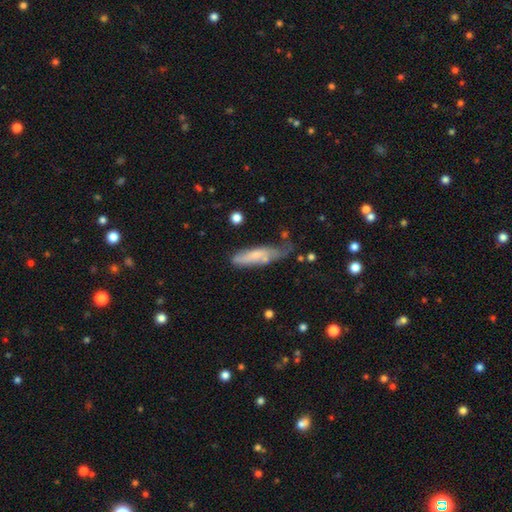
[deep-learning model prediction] Morphology: type=smooth (58%); roundness=cigar-shaped (63%); merging=none (38%).